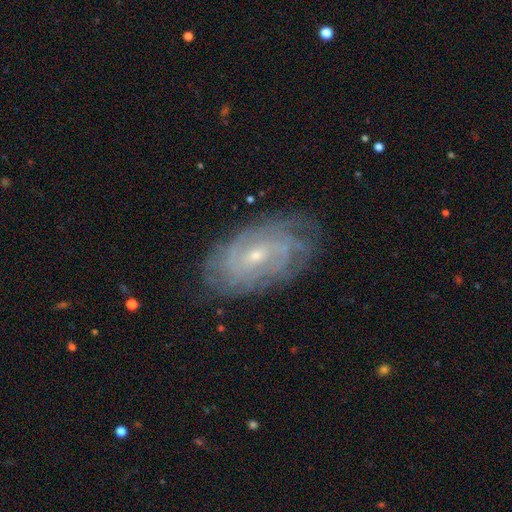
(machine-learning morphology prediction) The model was most divided on "bar": no: 54%, weak: 37%, strong: 9%. Remaining: edge-on disk — no (95%); spiral arms — yes (95%); smooth or featured — featured or disk (83%); merging — none (79%); spiral winding — tight (75%); bulge size — small (71%); spiral arm count — can't tell (45%).